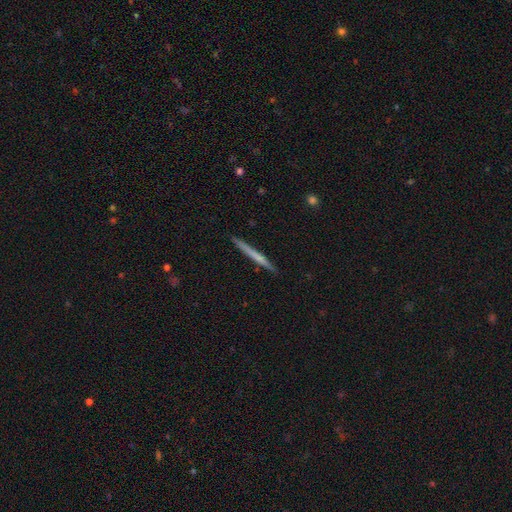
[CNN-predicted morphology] Smooth or featured: smooth — 54% (featured or disk — 41%)
How rounded: cigar-shaped — 97% (in between — 2%)
Merging: none — 91% (minor disturbance — 7%)